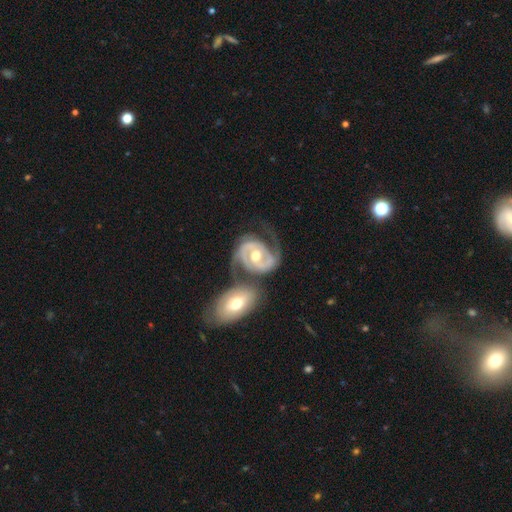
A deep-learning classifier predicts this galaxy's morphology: Smooth or featured?
  - featured or disk: 89% *
  - smooth: 7%
  - star or artifact: 4%
Edge-on disk?
  - no: 97% *
  - yes: 3%
Bar?
  - no: 45% *
  - weak: 35%
  - strong: 20%
Spiral arms?
  - yes: 96% *
  - no: 4%
Spiral winding?
  - medium: 46% *
  - tight: 41%
  - loose: 13%
Spiral arm count?
  - 2: 87% *
  - can't tell: 5%
  - 1: 4%
  - 3: 3%
  - 4: 1%
  - more than 4: 1%
Bulge size?
  - moderate: 78% *
  - small: 13%
  - large: 7%
  - none: 1%
  - dominant: 1%
Merging?
  - none: 41% *
  - merger: 31%
  - minor disturbance: 16%
  - major disturbance: 12%